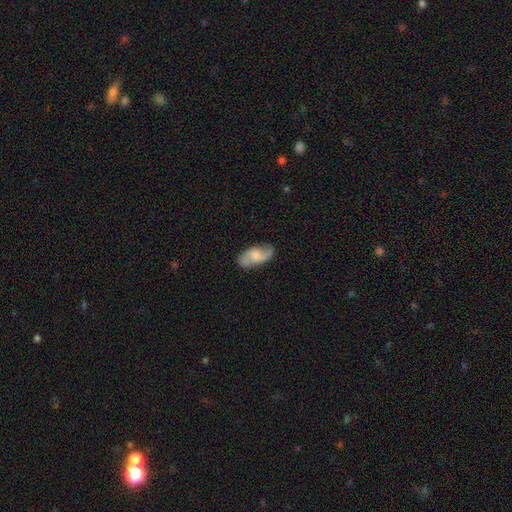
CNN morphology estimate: Q: Smooth or featured?
A: featured or disk (65%); runner-up: smooth (29%)
Q: Edge-on disk?
A: no (95%); runner-up: yes (5%)
Q: Bar?
A: no (57%); runner-up: weak (37%)
Q: Spiral arms?
A: yes (92%); runner-up: no (8%)
Q: Spiral winding?
A: loose (44%); runner-up: medium (42%)
Q: Spiral arm count?
A: 2 (86%); runner-up: can't tell (6%)
Q: Bulge size?
A: moderate (39%); runner-up: small (34%)
Q: Merging?
A: none (77%); runner-up: minor disturbance (16%)